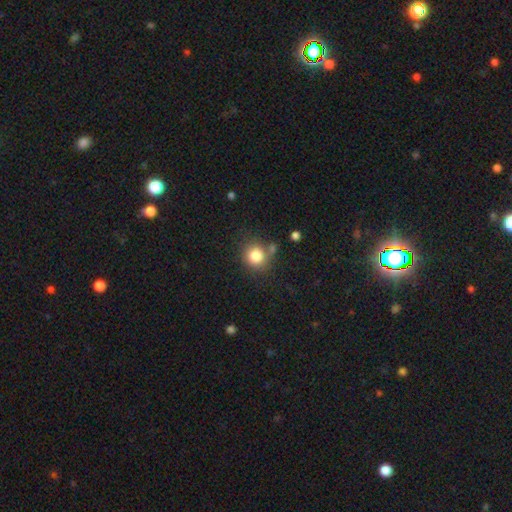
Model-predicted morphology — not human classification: A smooth galaxy with no disk features (82%) that is round (88%).

Vote fractions:
- Smooth or featured? smooth: 82% / star or artifact: 11% / featured or disk: 7%
- How rounded? round: 88% / in between: 11% / cigar-shaped: 1%
- Merging? none: 72% / minor disturbance: 13% / merger: 11% / major disturbance: 4%